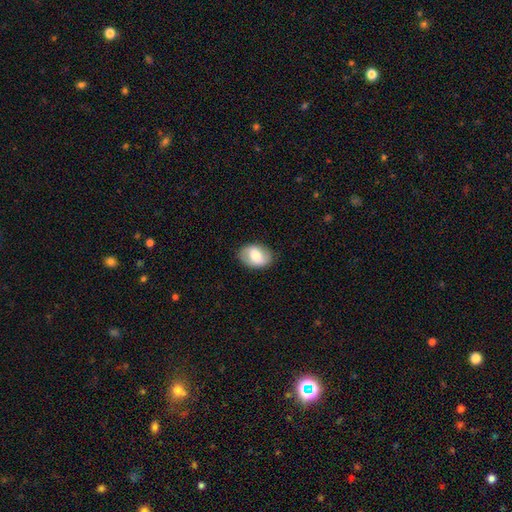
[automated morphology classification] Q: Smooth or featured?
A: smooth (64%); runner-up: featured or disk (30%)
Q: How rounded?
A: in between (79%); runner-up: round (20%)
Q: Merging?
A: none (84%); runner-up: minor disturbance (12%)